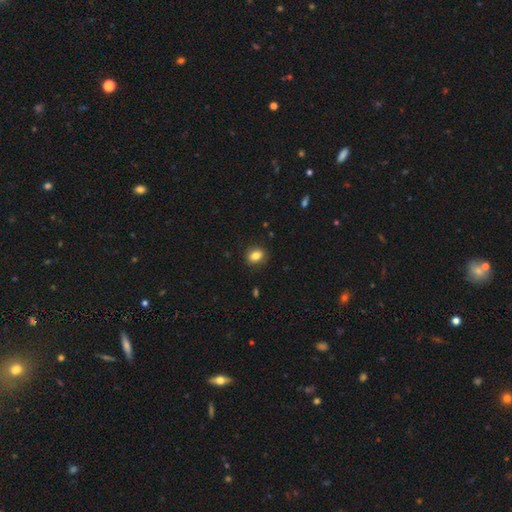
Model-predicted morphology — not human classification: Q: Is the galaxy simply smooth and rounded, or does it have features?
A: smooth — 82%.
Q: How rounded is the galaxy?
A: in between — 56%.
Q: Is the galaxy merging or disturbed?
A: none — 86%.